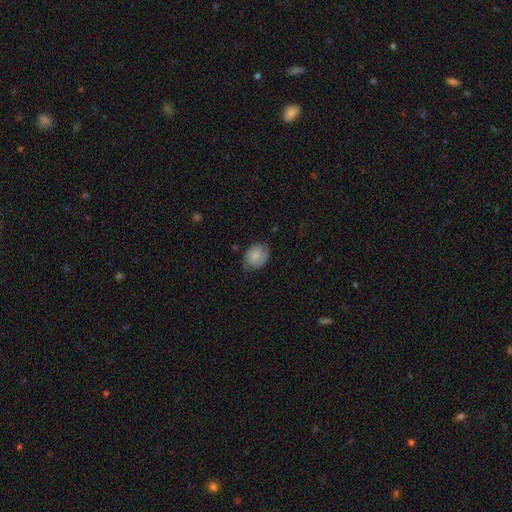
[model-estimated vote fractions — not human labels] Smooth or featured? smooth (68%)
How rounded? in between (58%)
Merging? none (60%)